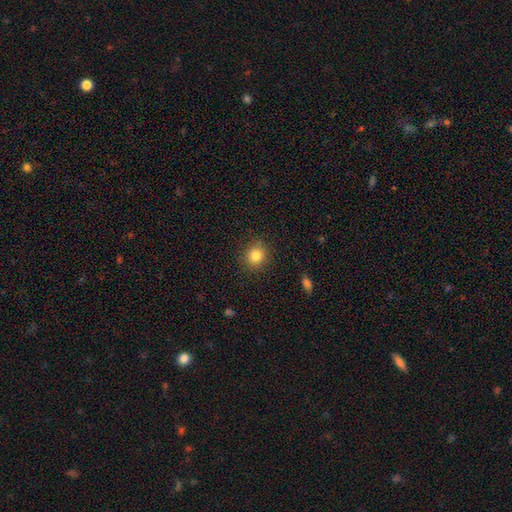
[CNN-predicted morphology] type=smooth (83%); roundness=round (85%); merging=none (88%).